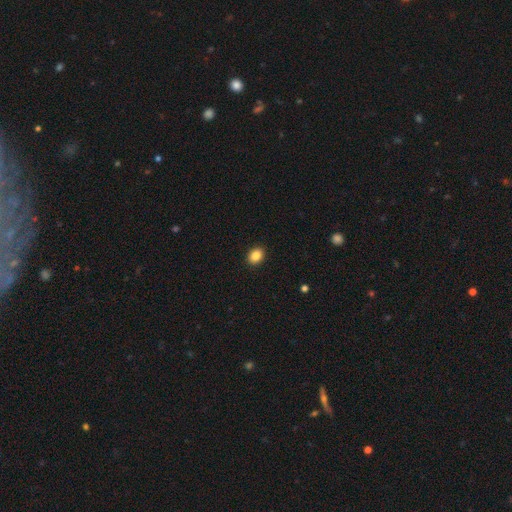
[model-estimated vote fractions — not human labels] Smooth or featured?
  - smooth: 87% *
  - star or artifact: 9%
  - featured or disk: 4%
How rounded?
  - in between: 63% *
  - round: 36%
  - cigar-shaped: 1%
Merging?
  - none: 91% *
  - minor disturbance: 6%
  - major disturbance: 2%
  - merger: 1%